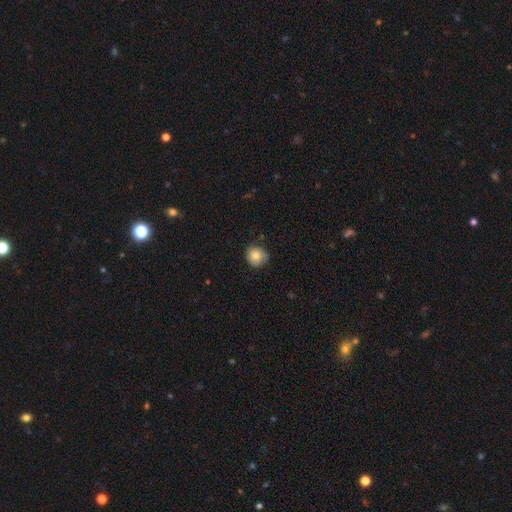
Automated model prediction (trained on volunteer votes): smooth 80%, featured or disk 11%, star or artifact 9%. Down the decision tree: how rounded — round (87%); merging — none (73%).